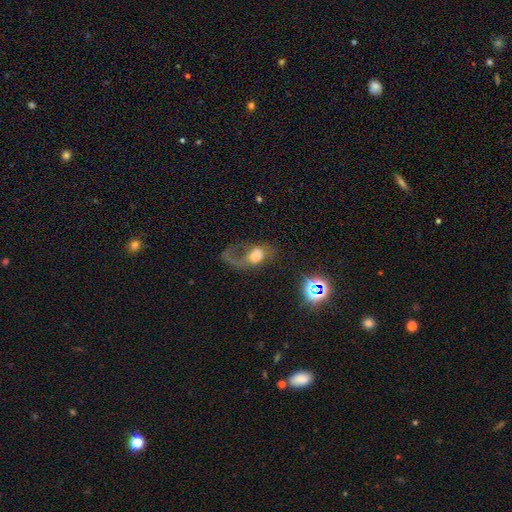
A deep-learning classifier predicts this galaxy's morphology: The model was most divided on "smooth or featured": featured or disk: 52%, smooth: 34%, star or artifact: 14%. More confident: edge-on disk — no (95%); merging — major disturbance (57%).